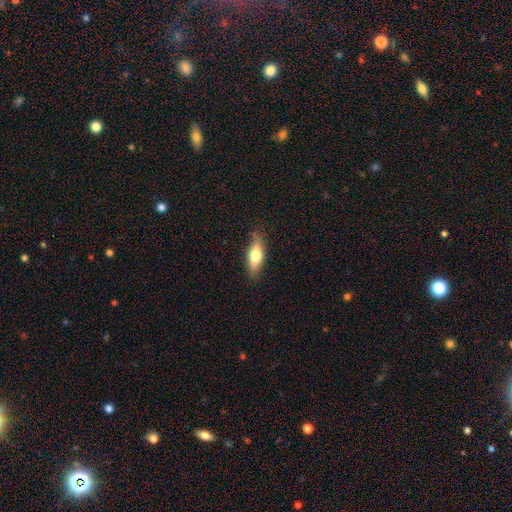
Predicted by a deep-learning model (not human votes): This appears to be a smooth galaxy with no disk features (62%) that is in between round and cigar-shaped (60%). Merging: none (83%).